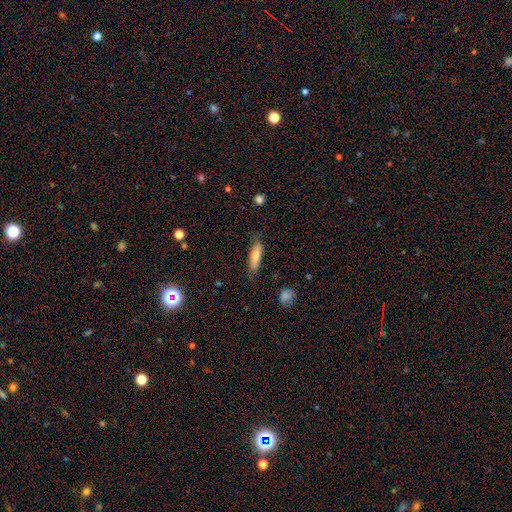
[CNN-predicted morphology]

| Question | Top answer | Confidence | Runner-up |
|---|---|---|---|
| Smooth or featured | smooth | 70% | featured or disk (23%) |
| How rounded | cigar-shaped | 62% | in between (36%) |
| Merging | none | 71% | minor disturbance (22%) |